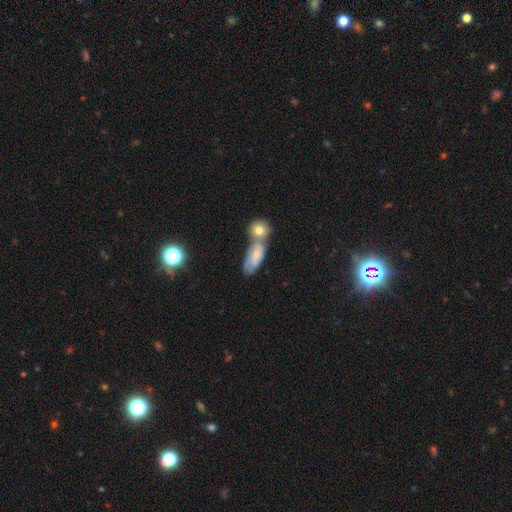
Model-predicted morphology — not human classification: smooth 59%, featured or disk 33%, star or artifact 8%. Down the decision tree: how rounded — in between (78%); merging — merger (48%).